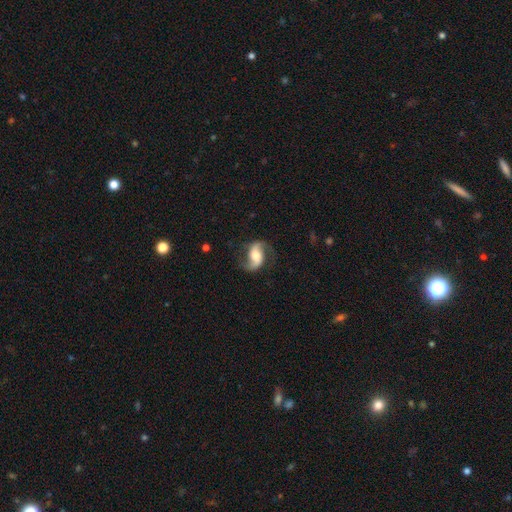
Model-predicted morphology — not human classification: Smooth or featured?
  - featured or disk: 82% *
  - smooth: 13%
  - star or artifact: 6%
Edge-on disk?
  - no: 97% *
  - yes: 3%
Bar?
  - no: 42% *
  - weak: 35%
  - strong: 23%
Spiral arms?
  - yes: 95% *
  - no: 5%
Spiral winding?
  - loose: 58% *
  - medium: 33%
  - tight: 9%
Spiral arm count?
  - 2: 92% *
  - 1: 2%
  - can't tell: 2%
  - 3: 1%
  - 4: 1%
  - more than 4: 1%
Bulge size?
  - moderate: 56% *
  - large: 22%
  - small: 16%
  - dominant: 3%
  - none: 3%
Merging?
  - none: 75% *
  - minor disturbance: 15%
  - major disturbance: 8%
  - merger: 1%